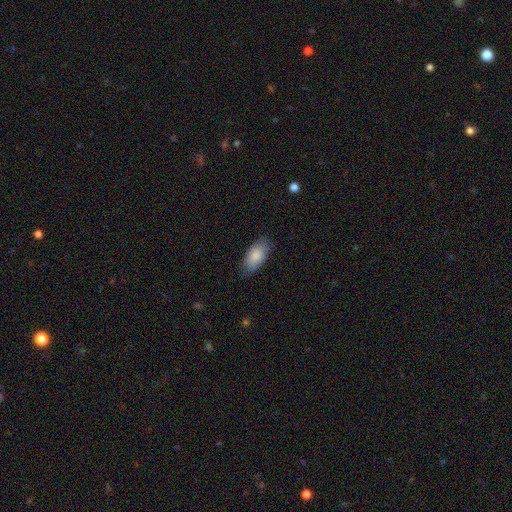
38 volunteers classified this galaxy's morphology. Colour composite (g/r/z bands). It shows a smooth galaxy with no disk features (89%) that is in between round and cigar-shaped (91%). Merging: none (89%).